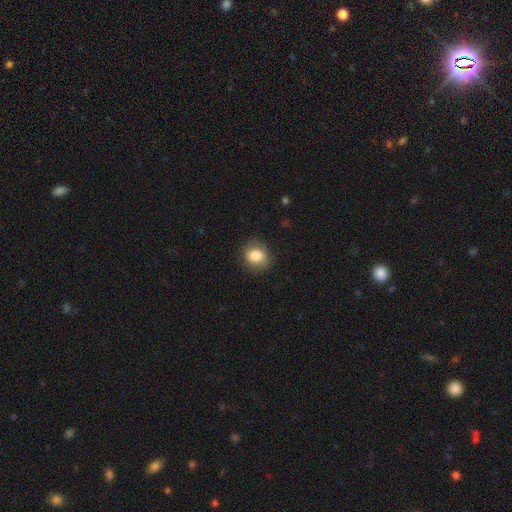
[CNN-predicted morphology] smooth_or_featured: smooth (p=0.80) [alt: featured or disk p=0.12]
how_rounded: round (p=0.70) [alt: in between p=0.29]
merging: none (p=0.79) [alt: minor disturbance p=0.16]